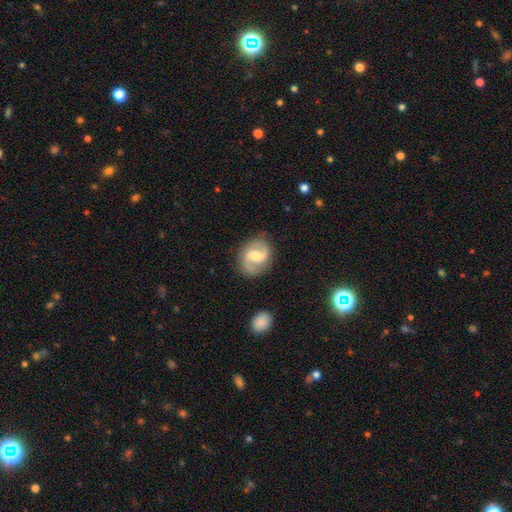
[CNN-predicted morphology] This appears to be a featured or disk galaxy (82%) with a weak bar (56%), 2 (92%) medium (52%) spiral arms (95%) and a moderate central bulge (57%). Merging: none (82%).